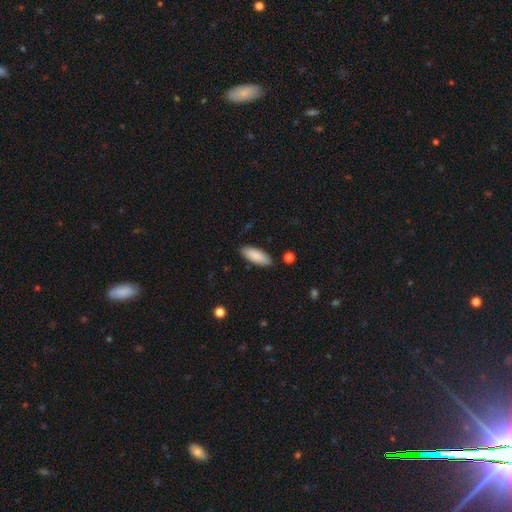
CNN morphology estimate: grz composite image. It shows a smooth galaxy with no disk features (89%) that is in between round and cigar-shaped (75%). Merging: none (87%).